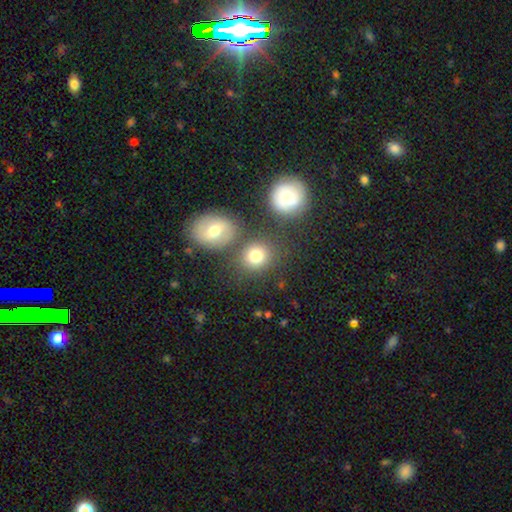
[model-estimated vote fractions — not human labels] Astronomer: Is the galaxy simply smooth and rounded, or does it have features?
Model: smooth — 78%.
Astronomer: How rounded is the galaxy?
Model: round — 73%.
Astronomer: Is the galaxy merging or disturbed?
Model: none — 69%.